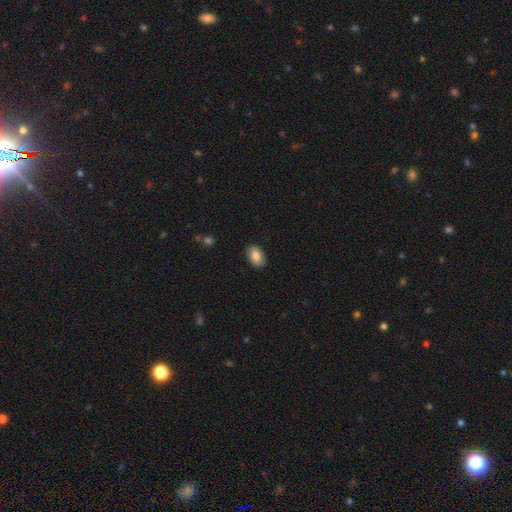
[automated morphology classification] Smooth or featured? smooth (82%)
How rounded? in between (91%)
Merging? none (87%)